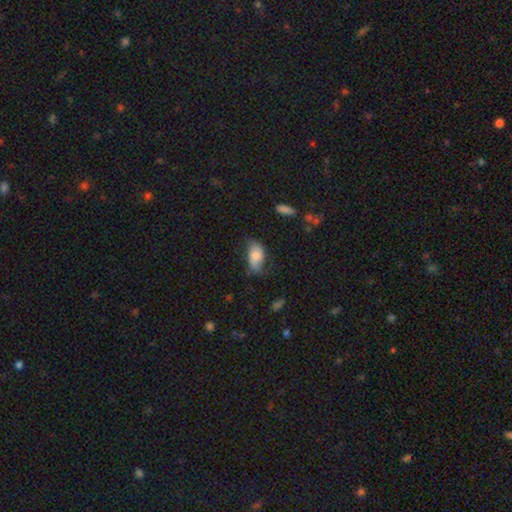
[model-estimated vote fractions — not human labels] A smooth galaxy with no disk features (67%) that is in between round and cigar-shaped (92%). Merging: none (51%).